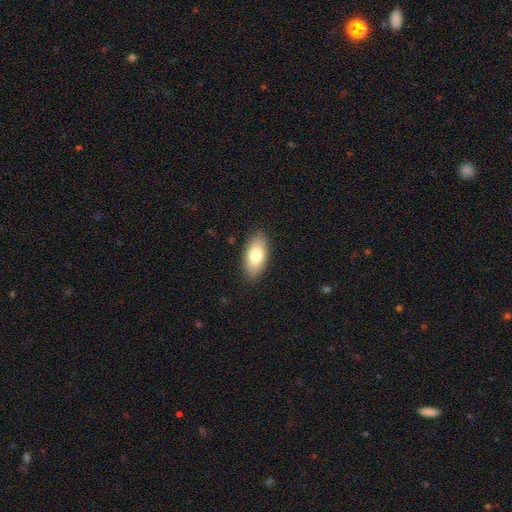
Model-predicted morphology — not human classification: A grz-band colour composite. It shows a smooth galaxy with no disk features (76%) that is in between round and cigar-shaped (90%). Merging: none (88%).